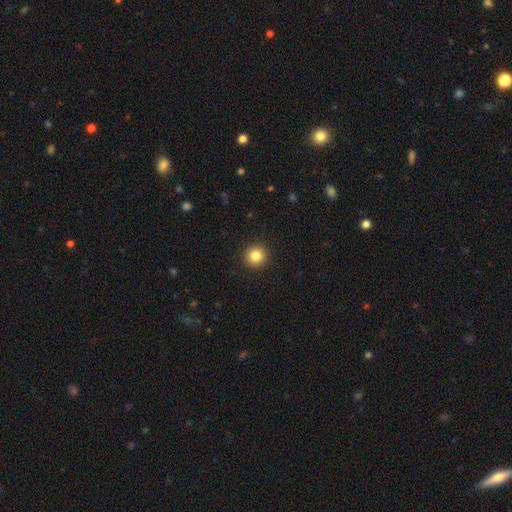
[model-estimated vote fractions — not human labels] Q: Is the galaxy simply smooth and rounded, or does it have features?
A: smooth — 84%.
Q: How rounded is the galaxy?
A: round — 95%.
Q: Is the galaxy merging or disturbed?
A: none — 93%.